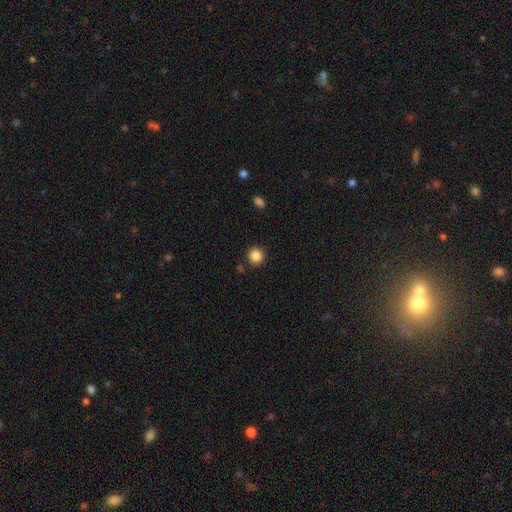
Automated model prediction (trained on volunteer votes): Smooth or featured? smooth (86%)
How rounded? round (93%)
Merging? none (89%)